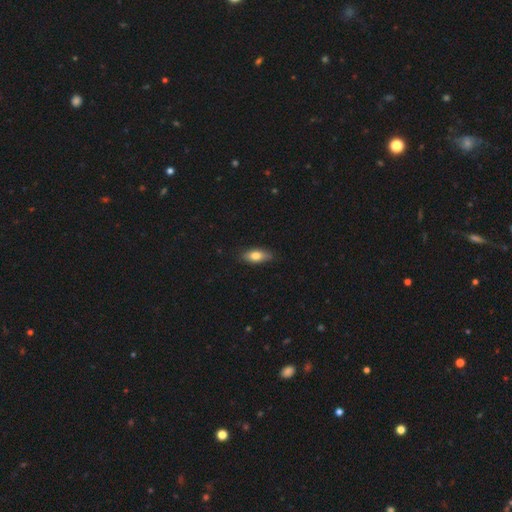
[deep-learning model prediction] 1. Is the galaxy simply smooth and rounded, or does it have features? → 76% smooth, 17% featured or disk, 7% star or artifact.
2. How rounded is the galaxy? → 82% in between, 14% cigar-shaped, 4% round.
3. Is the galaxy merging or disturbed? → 82% none, 14% minor disturbance, 2% major disturbance, 1% merger.